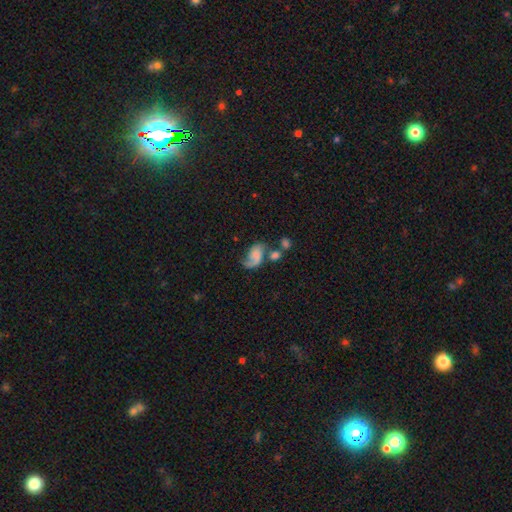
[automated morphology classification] Smooth or featured? Predicted: featured or disk (p=0.56). Edge-on disk? Predicted: no (p=0.98). Bar? Predicted: no (p=0.69). Spiral arms? Predicted: yes (p=0.85). Bulge size? Predicted: none (p=0.52). Merging? Predicted: none (p=0.30).